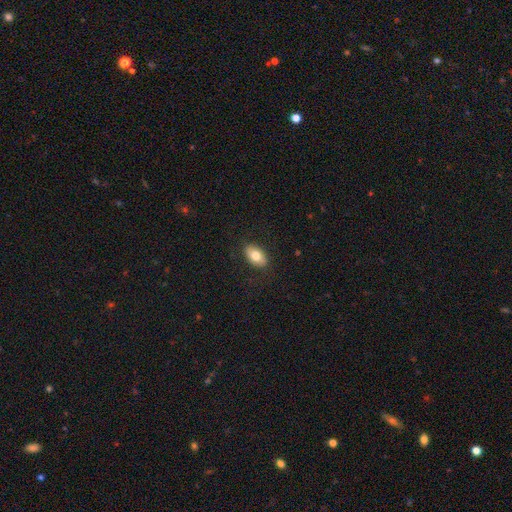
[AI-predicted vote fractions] Smooth or featured: smooth — 77% (featured or disk — 16%)
How rounded: in between — 90% (round — 8%)
Merging: none — 86% (minor disturbance — 10%)